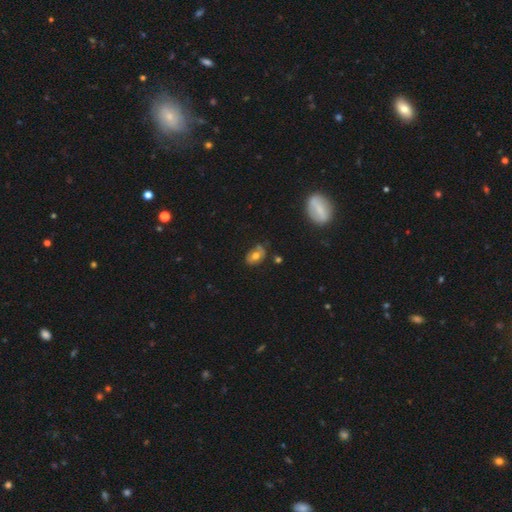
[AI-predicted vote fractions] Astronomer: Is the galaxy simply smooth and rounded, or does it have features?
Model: smooth — 58%.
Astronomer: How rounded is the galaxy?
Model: in between — 80%.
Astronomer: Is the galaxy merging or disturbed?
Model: none — 66%.